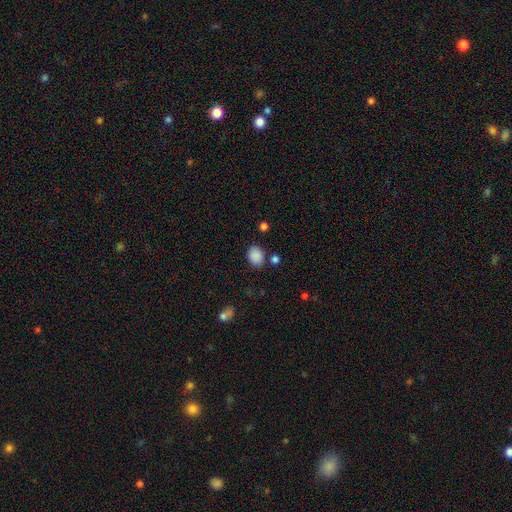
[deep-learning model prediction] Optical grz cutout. It shows a smooth galaxy with no disk features (87%) that is in between round and cigar-shaped (54%). Merging: none (79%).